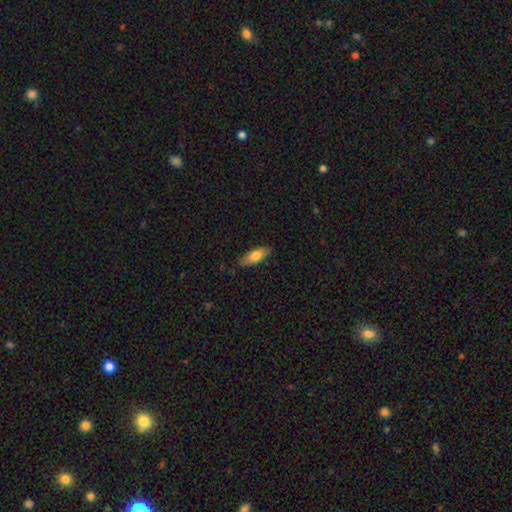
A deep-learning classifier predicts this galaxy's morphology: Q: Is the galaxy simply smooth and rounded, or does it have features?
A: smooth — 76%.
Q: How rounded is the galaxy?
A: in between — 70%.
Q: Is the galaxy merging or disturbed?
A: none — 82%.